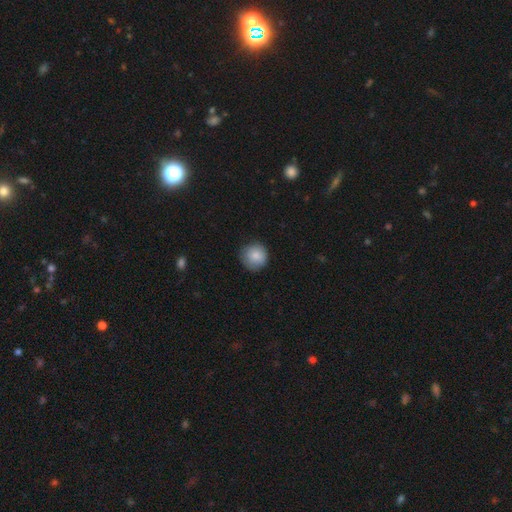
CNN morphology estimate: A smooth galaxy with no disk features (85%) that is round (94%).

Vote fractions:
- Smooth or featured? smooth: 85% / star or artifact: 8% / featured or disk: 7%
- How rounded? round: 94% / in between: 5% / cigar-shaped: 1%
- Merging? none: 83% / minor disturbance: 13% / major disturbance: 2% / merger: 1%